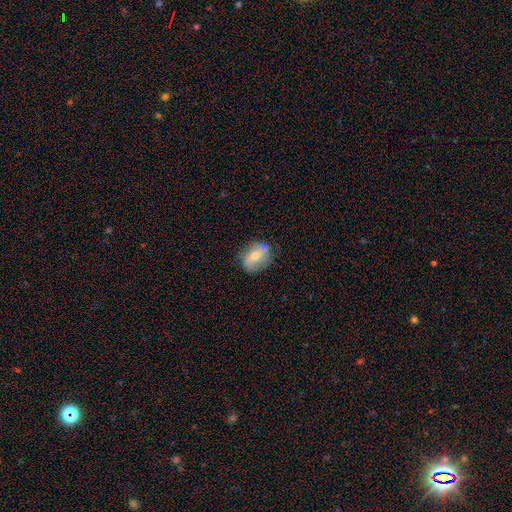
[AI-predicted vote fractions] This appears to be a smooth galaxy with no disk features (48%). Merging: none (75%).